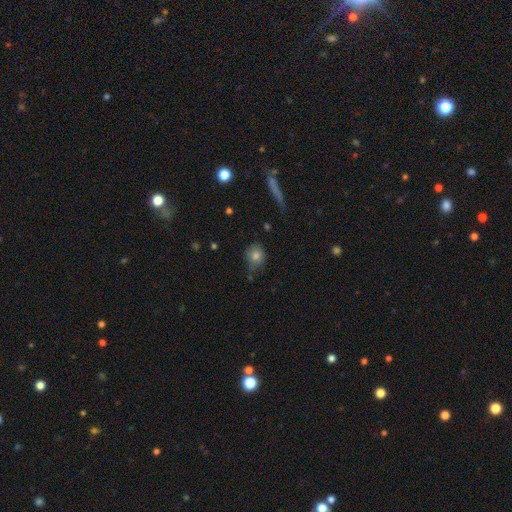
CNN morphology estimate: Smooth or featured? Predicted: smooth (p=0.78). How rounded? Predicted: round (p=0.74). Merging? Predicted: none (p=0.60).